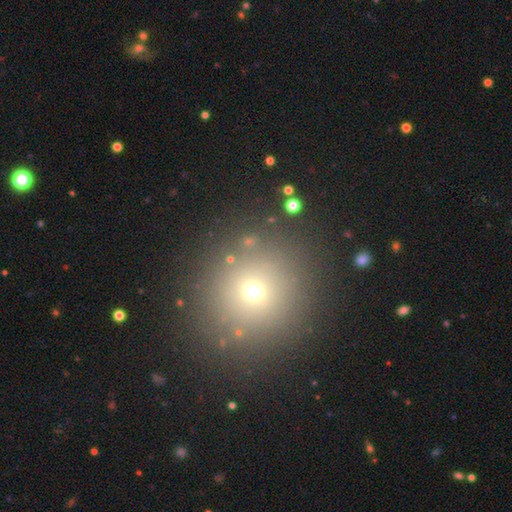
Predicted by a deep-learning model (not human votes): This is likely a smooth galaxy (61%). How rounded: clearly round (93%). Merging: clearly none (88%).